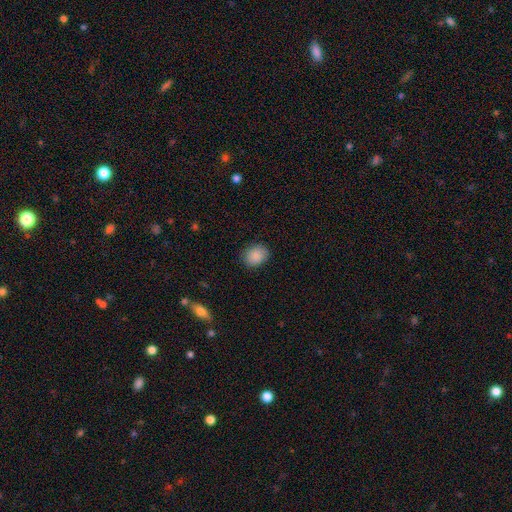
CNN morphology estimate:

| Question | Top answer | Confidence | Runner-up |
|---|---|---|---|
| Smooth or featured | smooth | 88% | star or artifact (8%) |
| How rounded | round | 51% | in between (48%) |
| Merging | none | 86% | minor disturbance (10%) |